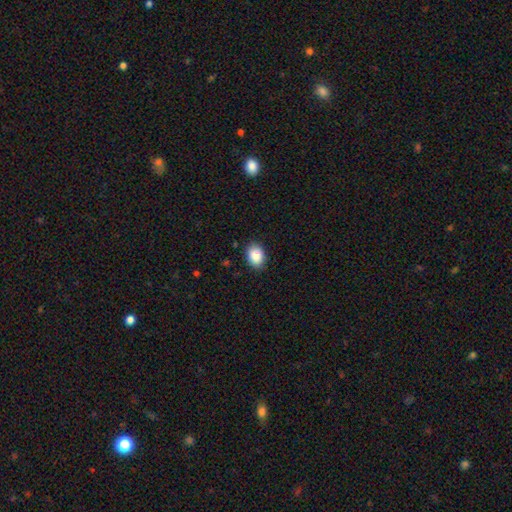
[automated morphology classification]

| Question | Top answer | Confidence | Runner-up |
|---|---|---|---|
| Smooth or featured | smooth | 89% | star or artifact (7%) |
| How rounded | in between | 75% | round (24%) |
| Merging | none | 86% | minor disturbance (10%) |